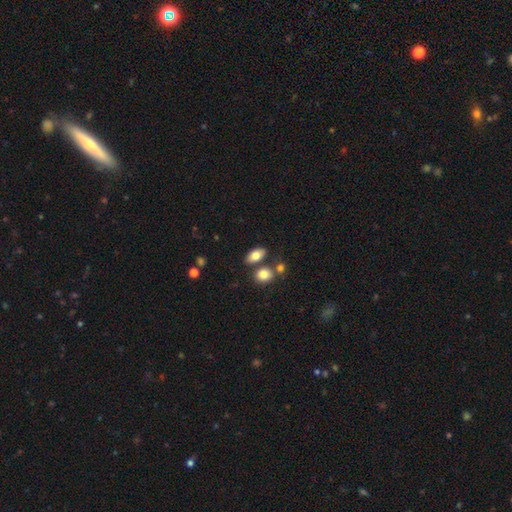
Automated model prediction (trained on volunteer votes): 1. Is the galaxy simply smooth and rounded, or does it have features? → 80% smooth, 12% featured or disk, 8% star or artifact.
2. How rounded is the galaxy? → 89% in between, 7% round, 4% cigar-shaped.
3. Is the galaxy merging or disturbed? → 70% none, 15% merger, 11% minor disturbance, 3% major disturbance.